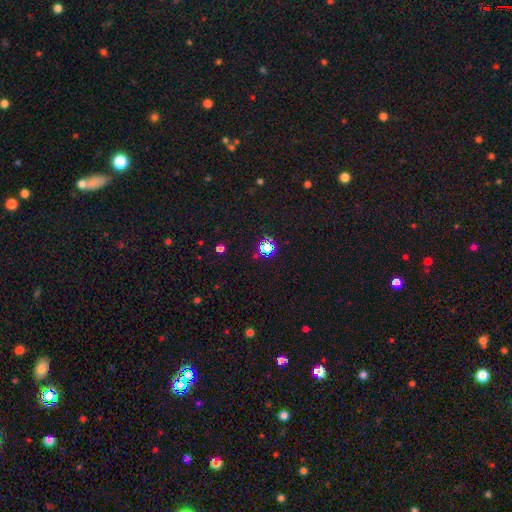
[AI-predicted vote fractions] A star or artifact, not a galaxy (70%).

Vote fractions:
- Smooth or featured? star or artifact: 70% / smooth: 21% / featured or disk: 8%